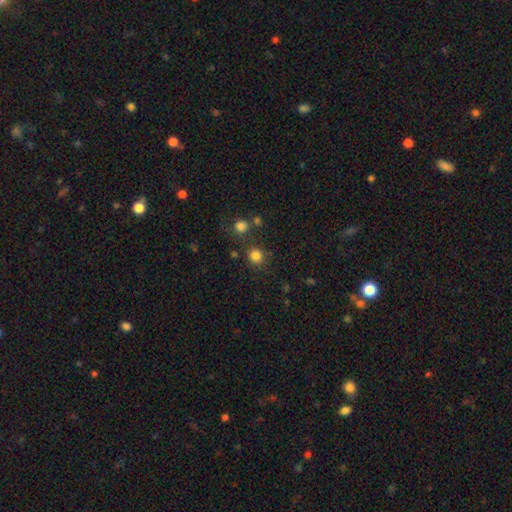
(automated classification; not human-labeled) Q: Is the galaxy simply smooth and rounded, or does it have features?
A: smooth — 82%.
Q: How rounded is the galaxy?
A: round — 86%.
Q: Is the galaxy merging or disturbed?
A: none — 78%.